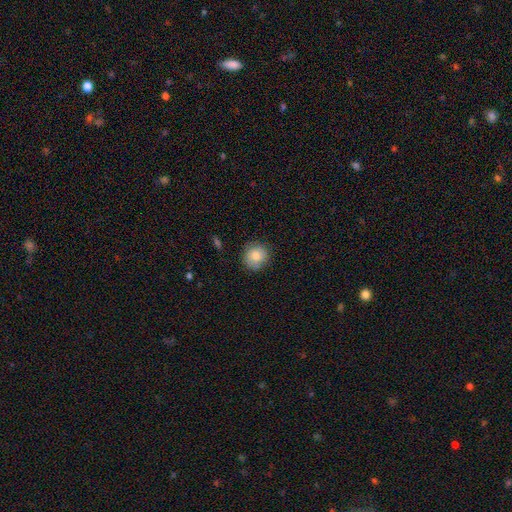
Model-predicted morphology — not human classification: Smooth or featured?
  - smooth: 82% *
  - featured or disk: 10%
  - star or artifact: 8%
How rounded?
  - round: 89% *
  - in between: 10%
  - cigar-shaped: 1%
Merging?
  - none: 81% *
  - minor disturbance: 15%
  - major disturbance: 3%
  - merger: 1%